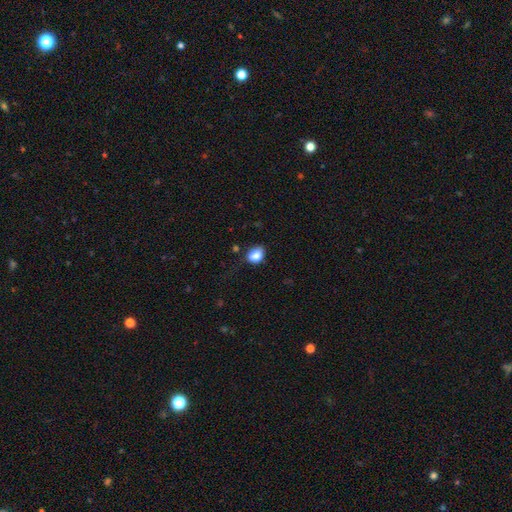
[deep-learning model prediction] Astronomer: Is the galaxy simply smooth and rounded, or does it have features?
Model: smooth — 84%.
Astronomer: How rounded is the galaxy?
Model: in between — 65%.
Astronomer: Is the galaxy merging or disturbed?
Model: none — 69%.